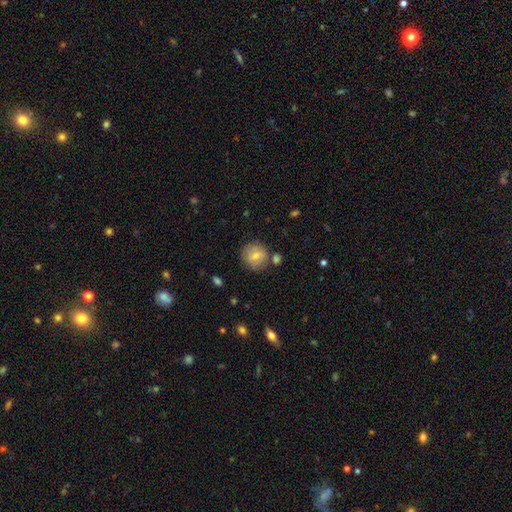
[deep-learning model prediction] A smooth galaxy with no disk features (74%) that is round (89%).

Vote fractions:
- Smooth or featured? smooth: 74% / featured or disk: 18% / star or artifact: 8%
- How rounded? round: 89% / in between: 10% / cigar-shaped: 1%
- Merging? none: 74% / minor disturbance: 13% / merger: 9% / major disturbance: 4%